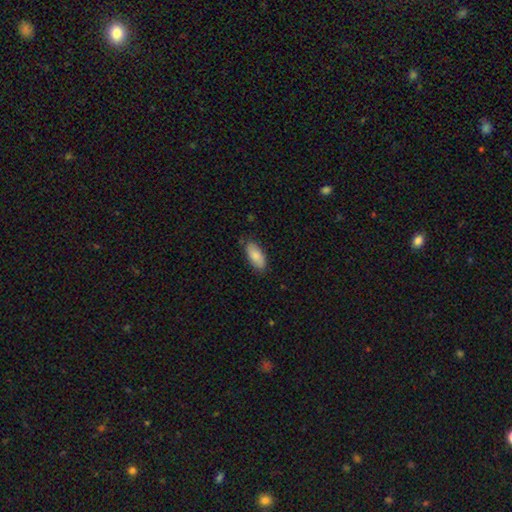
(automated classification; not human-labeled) Smooth or featured: smooth — 85% (featured or disk — 10%)
How rounded: in between — 88% (cigar-shaped — 10%)
Merging: none — 81% (minor disturbance — 15%)